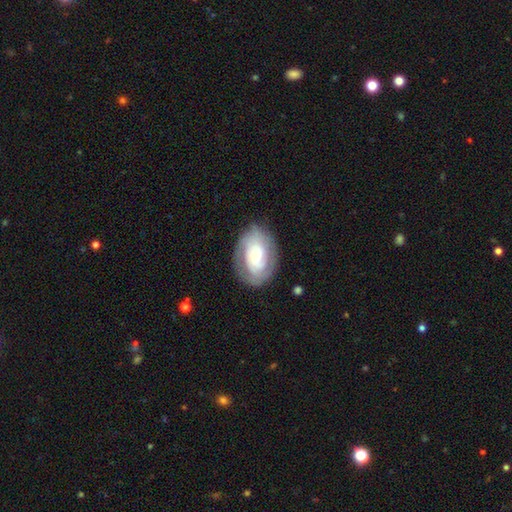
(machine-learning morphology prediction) type=featured or disk (60%); edge-on=no (95%); bar=no (75%); spiral arms=yes (74%); bulge=small (55%); merging=none (76%).